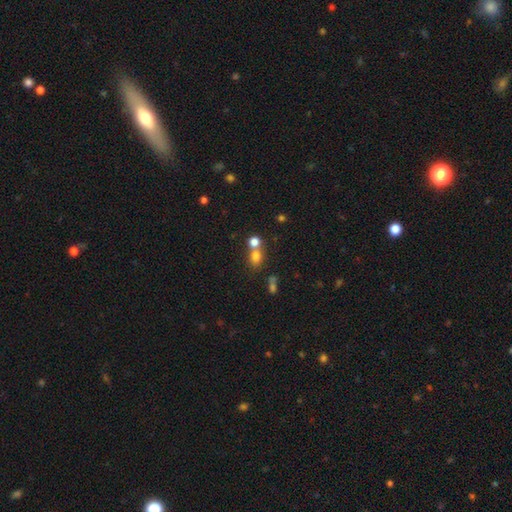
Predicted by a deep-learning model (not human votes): A smooth galaxy with no disk features (75%) that is round (62%).

Vote fractions:
- Smooth or featured? smooth: 75% / star or artifact: 15% / featured or disk: 10%
- How rounded? round: 62% / in between: 36% / cigar-shaped: 2%
- Merging? merger: 44% (tied) / none: 44% (tied) / minor disturbance: 8% / major disturbance: 4%